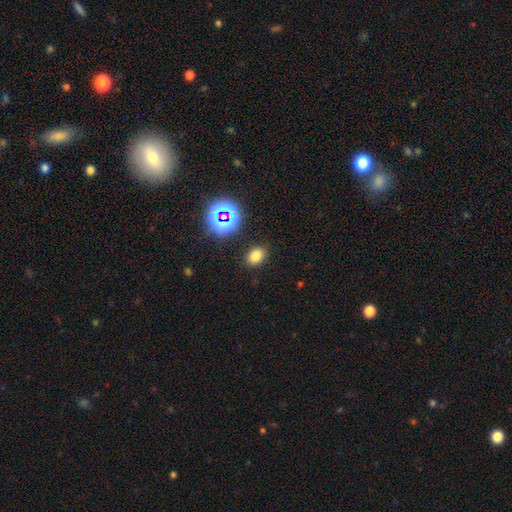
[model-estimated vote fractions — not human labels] A smooth galaxy with no disk features (77%) that is in between round and cigar-shaped (75%).

Vote fractions:
- Smooth or featured? smooth: 77% / star or artifact: 17% / featured or disk: 6%
- How rounded? in between: 75% / round: 24% / cigar-shaped: 1%
- Merging? none: 86% / minor disturbance: 9% / major disturbance: 3% / merger: 2%